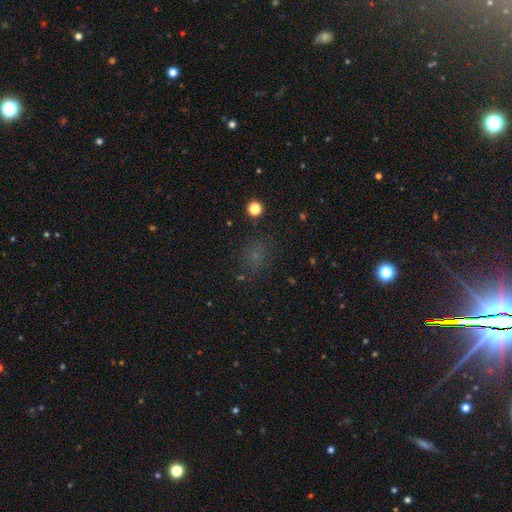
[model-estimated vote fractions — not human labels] Smooth or featured? Predicted: smooth (p=0.59). How rounded? Predicted: round (p=0.72). Merging? Predicted: none (p=0.81).